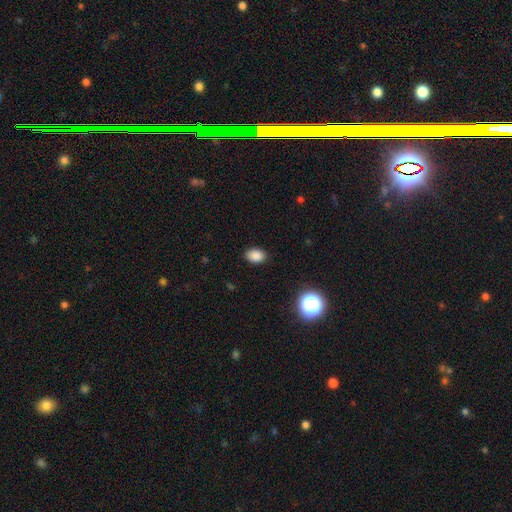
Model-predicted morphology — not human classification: Smooth or featured?
  - smooth: 86% *
  - star or artifact: 11%
  - featured or disk: 4%
How rounded?
  - in between: 80% *
  - round: 19%
  - cigar-shaped: 1%
Merging?
  - none: 87% *
  - minor disturbance: 9%
  - major disturbance: 2%
  - merger: 1%